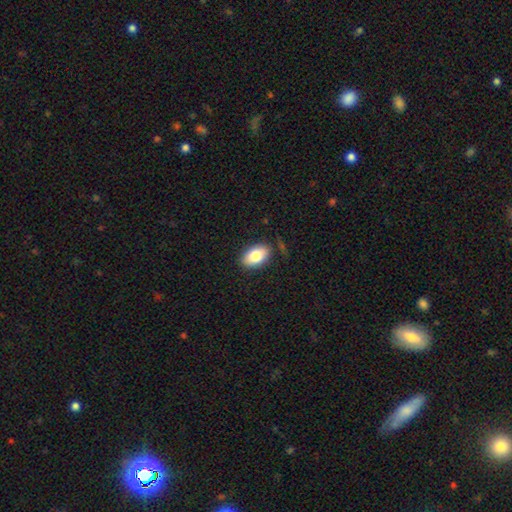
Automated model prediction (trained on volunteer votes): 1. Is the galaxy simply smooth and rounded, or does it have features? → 81% smooth, 12% featured or disk, 7% star or artifact.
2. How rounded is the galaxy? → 90% in between, 8% round, 2% cigar-shaped.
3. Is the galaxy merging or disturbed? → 83% none, 12% minor disturbance, 3% major disturbance, 2% merger.